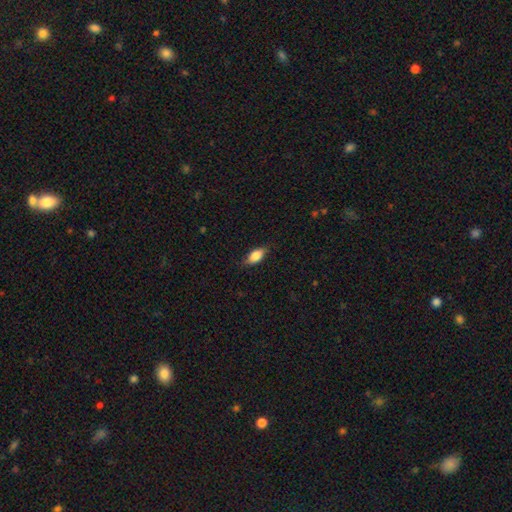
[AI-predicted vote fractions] Smooth or featured? smooth (80%)
How rounded? in between (84%)
Merging? none (78%)